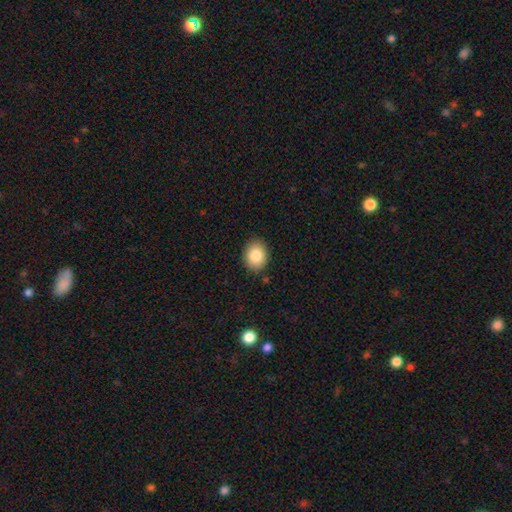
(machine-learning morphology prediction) Smooth or featured?
  - smooth: 85% *
  - star or artifact: 8%
  - featured or disk: 7%
How rounded?
  - in between: 55% *
  - round: 45%
  - cigar-shaped: 1%
Merging?
  - none: 88% *
  - minor disturbance: 9%
  - major disturbance: 2%
  - merger: 1%